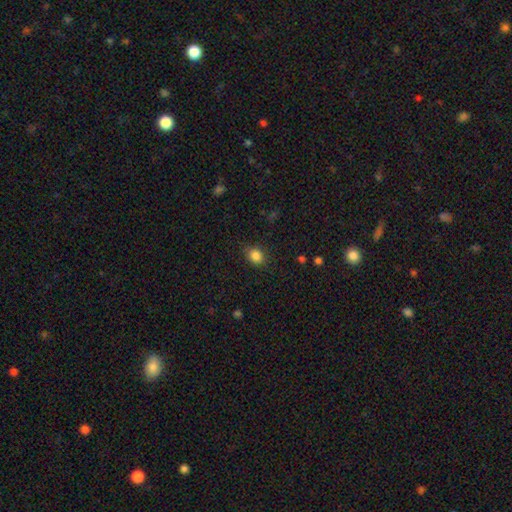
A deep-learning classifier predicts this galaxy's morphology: This appears to be a smooth galaxy with no disk features (85%) that is round (57%). Merging: none (82%).